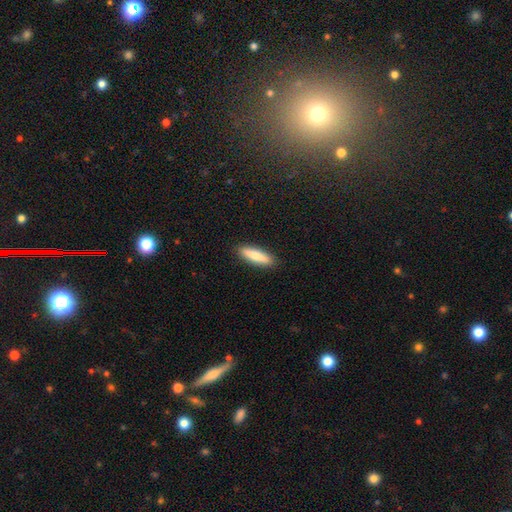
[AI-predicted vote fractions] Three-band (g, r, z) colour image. It shows a smooth galaxy with no disk features (80%) that is cigar-shaped (72%). Merging: none (91%).